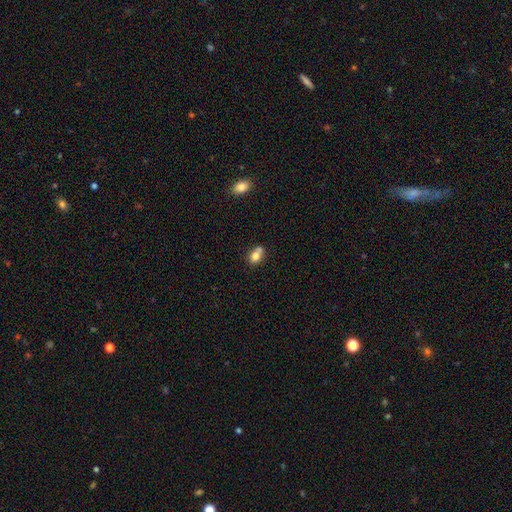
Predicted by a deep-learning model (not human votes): Smooth or featured? smooth (77%)
How rounded? in between (59%)
Merging? merger (41%)